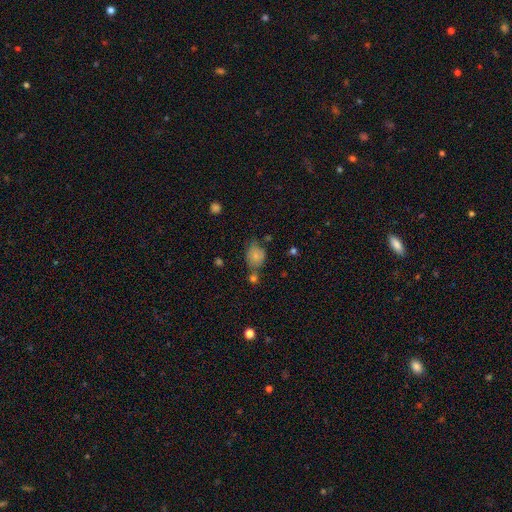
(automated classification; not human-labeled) Q: Smooth or featured?
A: smooth (75%); runner-up: featured or disk (14%)
Q: How rounded?
A: round (50%); runner-up: in between (49%)
Q: Merging?
A: none (48%); runner-up: minor disturbance (26%)